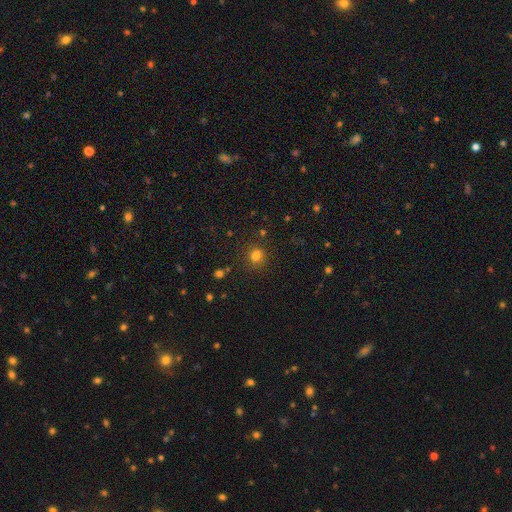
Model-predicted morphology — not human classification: This is likely a smooth galaxy (70%). How rounded: likely round (71%). Merging: likely none (63%).